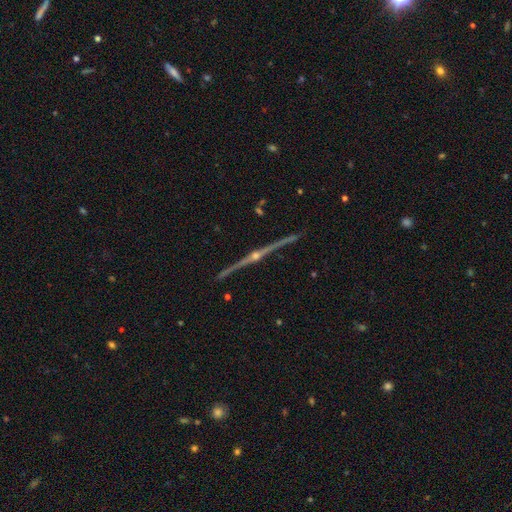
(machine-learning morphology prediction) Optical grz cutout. It shows a featured or disk galaxy (89%) viewed edge-on (98%) with a rounded central bulge (93%). Merging: none (91%).